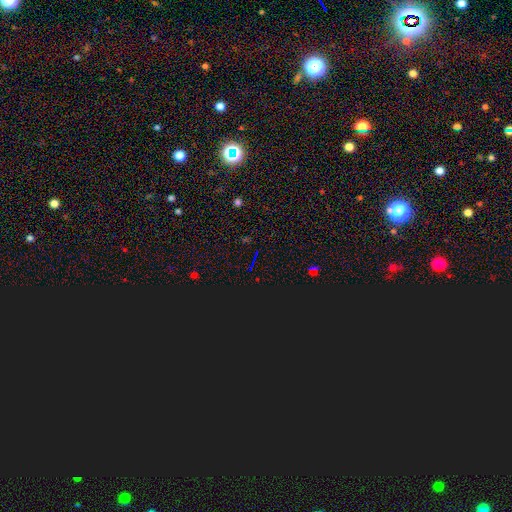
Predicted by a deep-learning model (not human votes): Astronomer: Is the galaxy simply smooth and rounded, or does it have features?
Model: star or artifact — 77%.